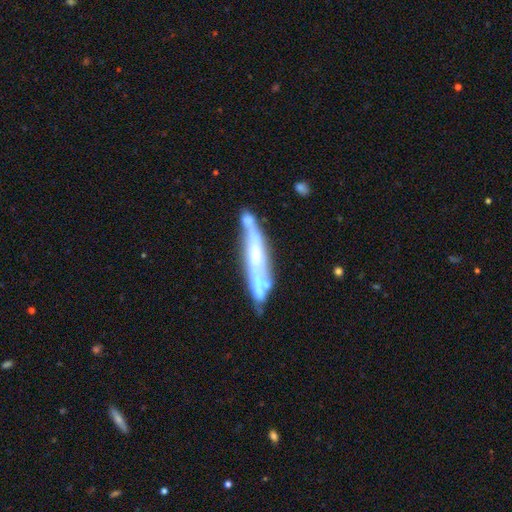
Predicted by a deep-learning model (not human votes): This is likely a featured or disk galaxy (68%). It is possibly viewed edge-on (59%). Merging: possibly none (54%).